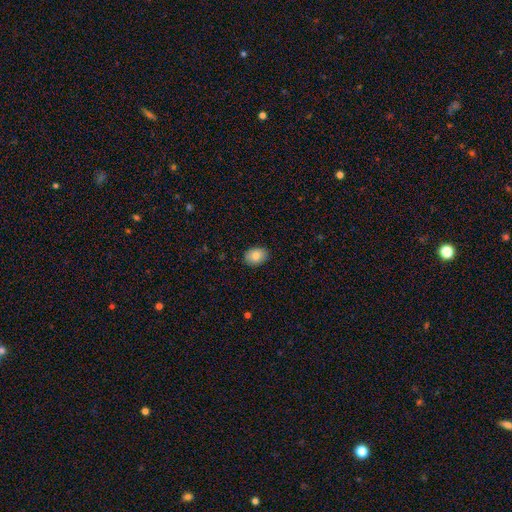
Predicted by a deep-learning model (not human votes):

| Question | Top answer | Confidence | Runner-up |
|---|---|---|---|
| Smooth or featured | smooth | 85% | featured or disk (8%) |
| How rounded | in between | 73% | round (26%) |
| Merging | none | 88% | minor disturbance (9%) |